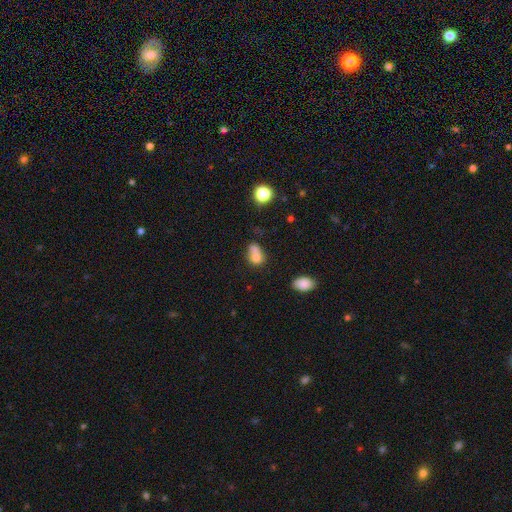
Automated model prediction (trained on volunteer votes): Overall: smooth (72%). How rounded: in between (60%; round 38%). Merging: merger (49%; none 26%).